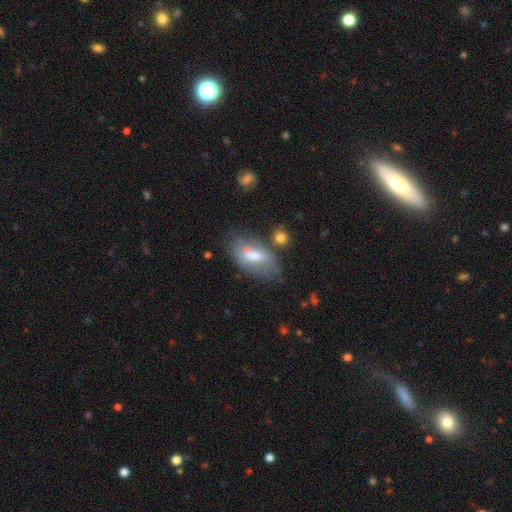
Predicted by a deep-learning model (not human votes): smooth_or_featured: smooth (p=0.53) [alt: featured or disk p=0.38]
how_rounded: in between (p=0.86) [alt: cigar-shaped p=0.09]
merging: none (p=0.45) [alt: minor disturbance p=0.25]